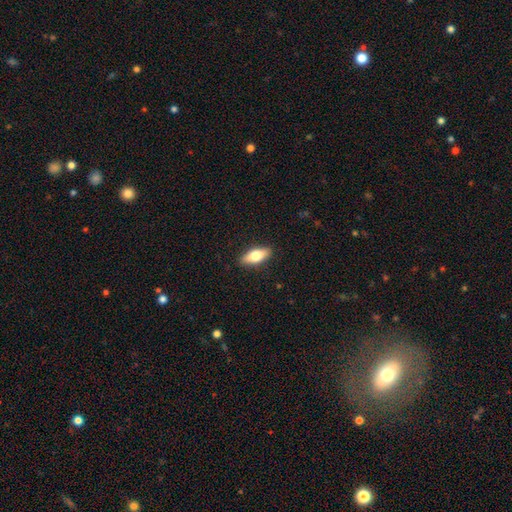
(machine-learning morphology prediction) Q: Smooth or featured?
A: smooth (70%); runner-up: featured or disk (24%)
Q: How rounded?
A: in between (76%); runner-up: cigar-shaped (21%)
Q: Merging?
A: none (89%); runner-up: minor disturbance (8%)